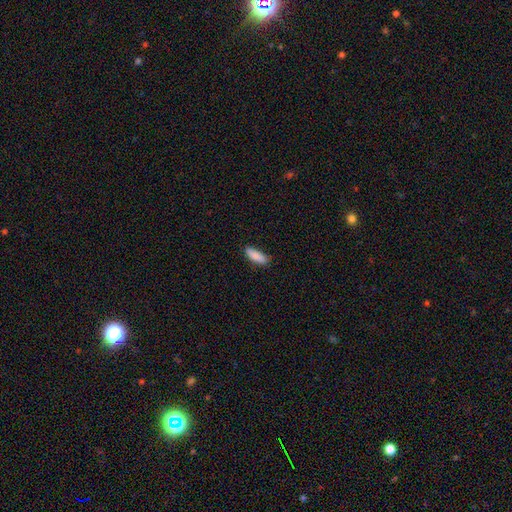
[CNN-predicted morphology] Smooth or featured? smooth (88%)
How rounded? in between (59%)
Merging? none (79%)